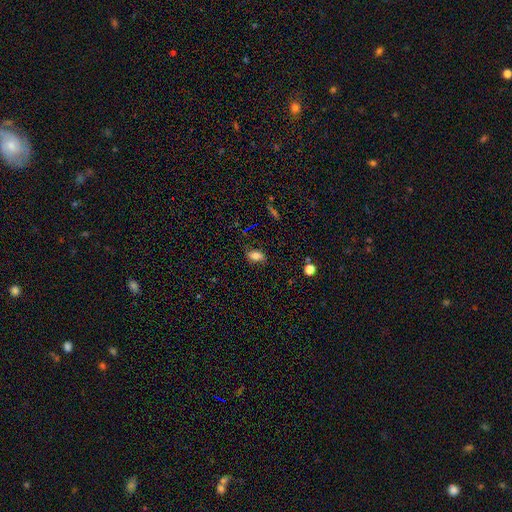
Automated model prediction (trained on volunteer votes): Smooth or featured?
  - smooth: 77% *
  - featured or disk: 12%
  - star or artifact: 11%
How rounded?
  - in between: 85% *
  - round: 12%
  - cigar-shaped: 3%
Merging?
  - none: 77% *
  - minor disturbance: 17%
  - major disturbance: 4%
  - merger: 1%